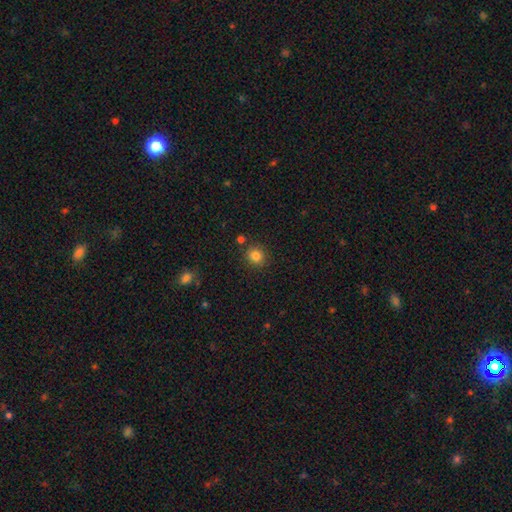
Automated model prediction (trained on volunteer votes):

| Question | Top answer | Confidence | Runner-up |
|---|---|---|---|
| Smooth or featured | smooth | 83% | star or artifact (12%) |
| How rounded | round | 85% | in between (14%) |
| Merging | none | 86% | minor disturbance (8%) |